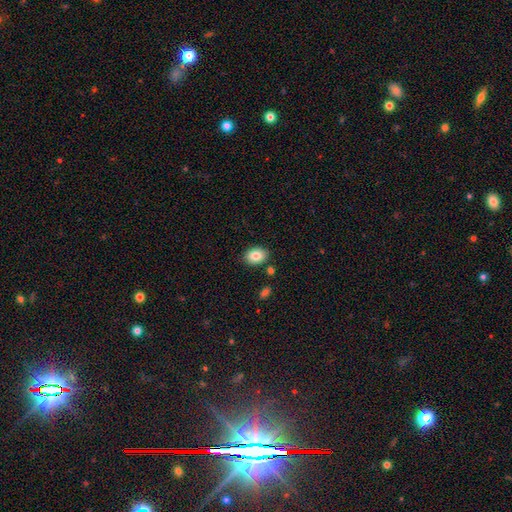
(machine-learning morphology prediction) A smooth galaxy with no disk features (84%) that is in between round and cigar-shaped (76%).

Vote fractions:
- Smooth or featured? smooth: 84% / featured or disk: 8% / star or artifact: 8%
- How rounded? in between: 76% / round: 23% / cigar-shaped: 1%
- Merging? none: 85% / minor disturbance: 9% / merger: 4% / major disturbance: 2%